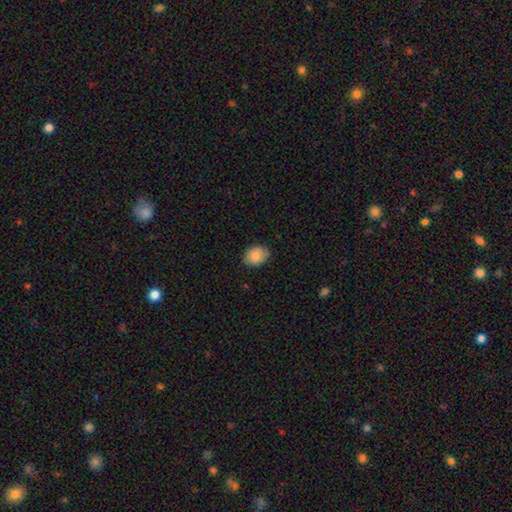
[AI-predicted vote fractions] Q: Smooth or featured?
A: smooth (88%); runner-up: star or artifact (7%)
Q: How rounded?
A: in between (61%); runner-up: round (38%)
Q: Merging?
A: none (81%); runner-up: minor disturbance (15%)